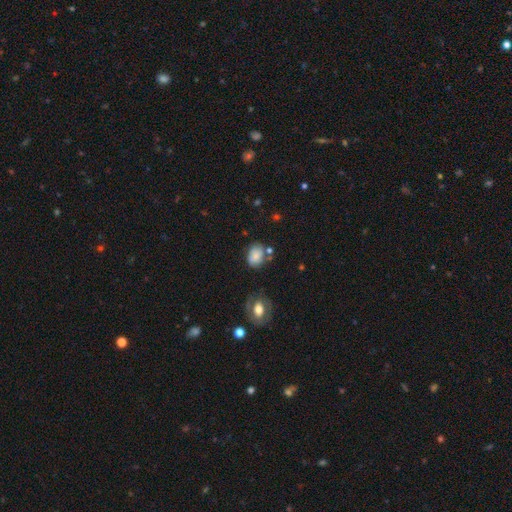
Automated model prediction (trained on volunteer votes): Smooth or featured? Predicted: smooth (p=0.77). How rounded? Predicted: in between (p=0.62). Merging? Predicted: none (p=0.56).